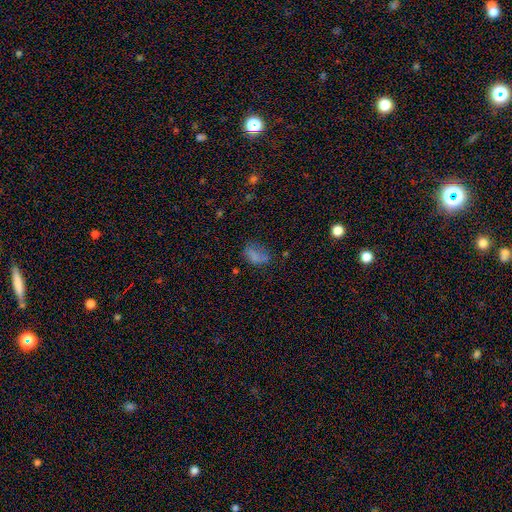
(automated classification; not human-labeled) Morphology: type=smooth (68%); roundness=in between (85%); merging=none (50%).